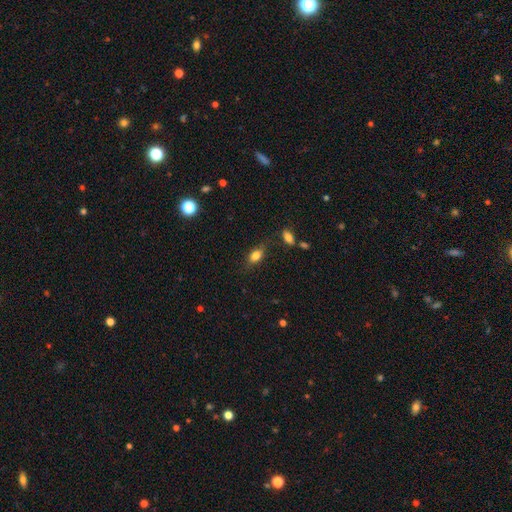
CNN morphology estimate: smooth_or_featured: smooth (p=0.80) [alt: featured or disk p=0.11]
how_rounded: in between (p=0.80) [alt: round p=0.12]
merging: none (p=0.75) [alt: minor disturbance p=0.17]